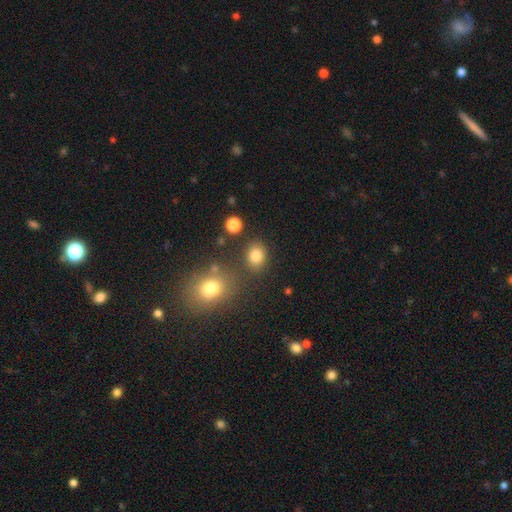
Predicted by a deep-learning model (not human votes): Q: Smooth or featured?
A: smooth (82%); runner-up: star or artifact (12%)
Q: How rounded?
A: round (53%); runner-up: in between (46%)
Q: Merging?
A: none (79%); runner-up: minor disturbance (10%)